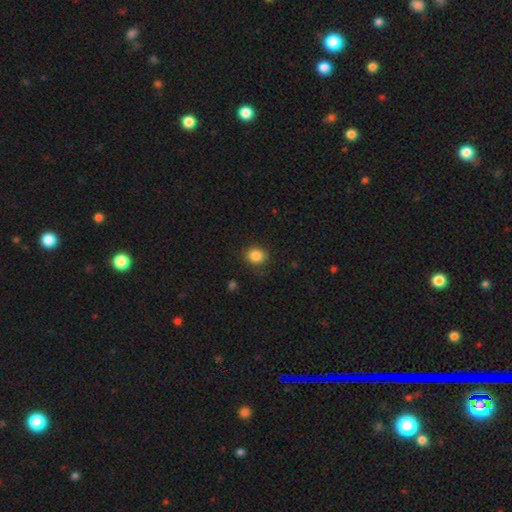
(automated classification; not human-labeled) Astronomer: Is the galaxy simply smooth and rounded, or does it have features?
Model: smooth — 85%.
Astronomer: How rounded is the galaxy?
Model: round — 80%.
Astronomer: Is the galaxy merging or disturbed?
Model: none — 85%.